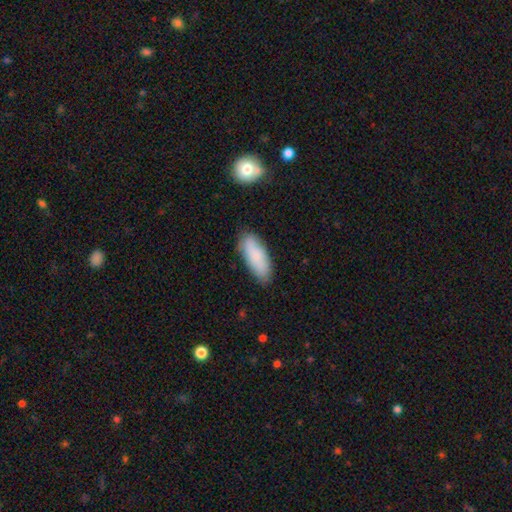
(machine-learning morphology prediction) smooth_or_featured: smooth (p=0.79) [alt: featured or disk p=0.14]
how_rounded: in between (p=0.74) [alt: cigar-shaped p=0.24]
merging: none (p=0.77) [alt: minor disturbance p=0.17]